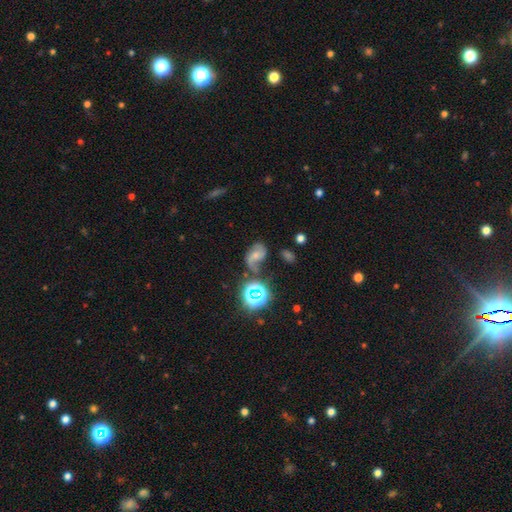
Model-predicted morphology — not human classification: Smooth or featured?
  - featured or disk: 67% *
  - smooth: 17%
  - star or artifact: 16%
Edge-on disk?
  - no: 97% *
  - yes: 3%
Bar?
  - no: 53% *
  - weak: 36%
  - strong: 12%
Spiral arms?
  - yes: 93% *
  - no: 7%
Spiral winding?
  - loose: 54% *
  - medium: 36%
  - tight: 10%
Spiral arm count?
  - 2: 85% *
  - 1: 7%
  - can't tell: 4%
  - 3: 2%
  - 4: 1%
  - more than 4: 1%
Bulge size?
  - small: 50% *
  - moderate: 37%
  - none: 8%
  - large: 4%
  - dominant: 2%
Merging?
  - none: 55% *
  - minor disturbance: 22%
  - major disturbance: 16%
  - merger: 7%